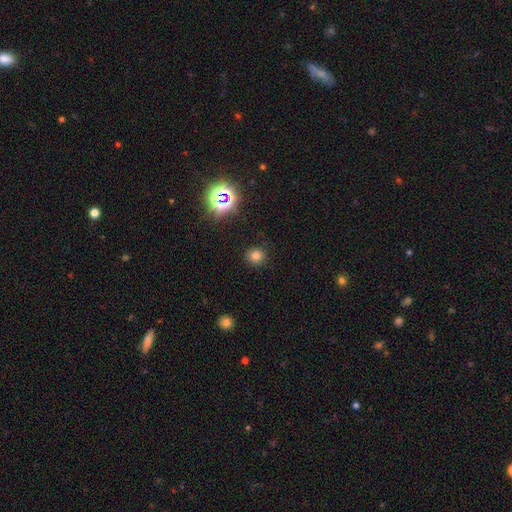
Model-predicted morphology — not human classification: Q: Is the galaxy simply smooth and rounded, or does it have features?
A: smooth — 74%.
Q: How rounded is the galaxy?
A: round — 88%.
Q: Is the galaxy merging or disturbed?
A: none — 88%.